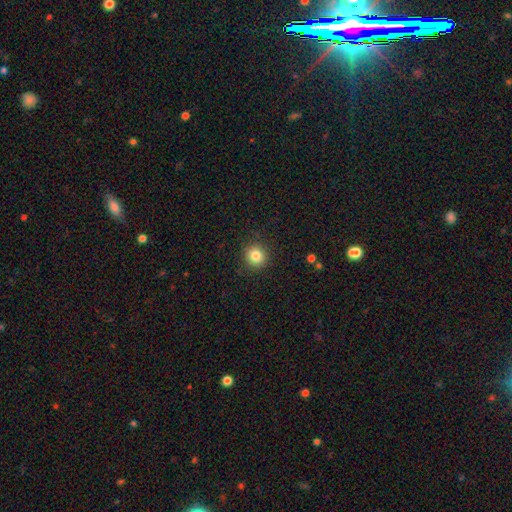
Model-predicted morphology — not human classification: A smooth galaxy with no disk features (83%) that is round (92%).

Vote fractions:
- Smooth or featured? smooth: 83% / star or artifact: 11% / featured or disk: 6%
- How rounded? round: 92% / in between: 7% / cigar-shaped: 1%
- Merging? none: 91% / minor disturbance: 6% / major disturbance: 2% / merger: 1%